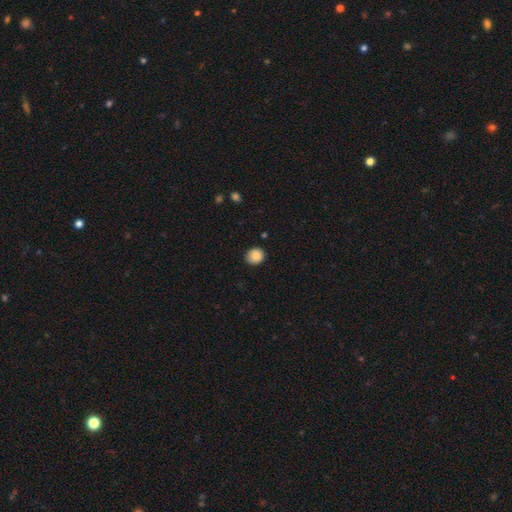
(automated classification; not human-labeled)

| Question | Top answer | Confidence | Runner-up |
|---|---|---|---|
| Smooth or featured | smooth | 86% | star or artifact (9%) |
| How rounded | round | 85% | in between (14%) |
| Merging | none | 87% | minor disturbance (10%) |